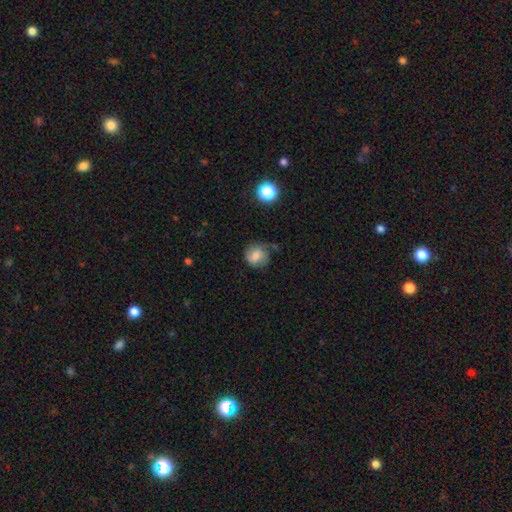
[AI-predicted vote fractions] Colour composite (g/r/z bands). It shows a smooth galaxy with no disk features (62%) that is round (81%). Merging: none (61%).